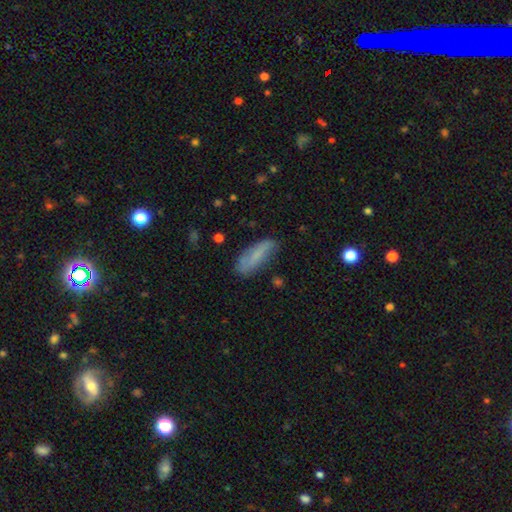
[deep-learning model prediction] A smooth galaxy with no disk features (67%) that is in between round and cigar-shaped (53%).

Vote fractions:
- Smooth or featured? smooth: 67% / featured or disk: 25% / star or artifact: 7%
- How rounded? in between: 53% / cigar-shaped: 45% / round: 2%
- Merging? none: 72% / minor disturbance: 20% / major disturbance: 5% / merger: 2%